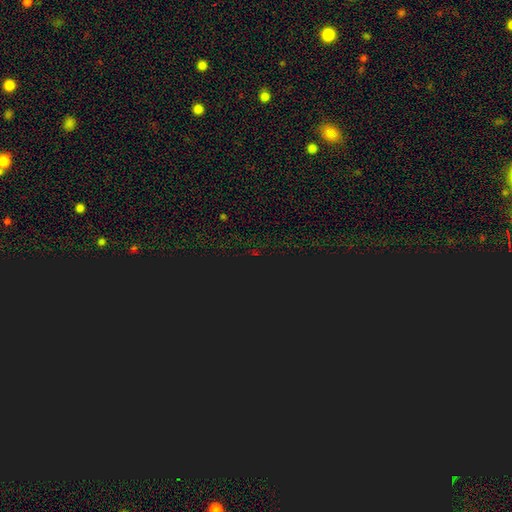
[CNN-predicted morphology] smooth-or-featured: star or artifact: 80% | smooth: 13% | featured or disk: 7%